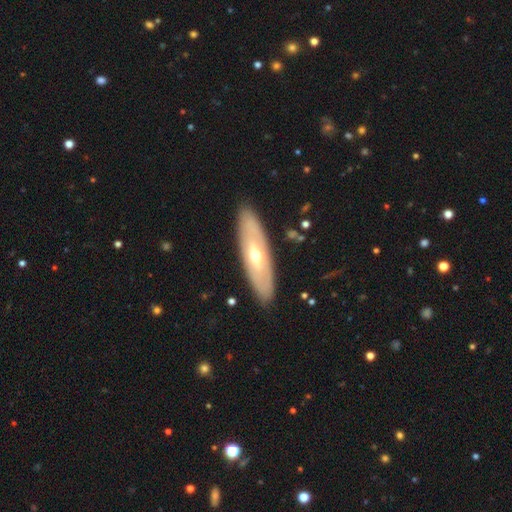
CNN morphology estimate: Overall: featured or disk (65%; smooth 30%). Edge-on disk: no (67%; yes 33%). Merging: none (87%).